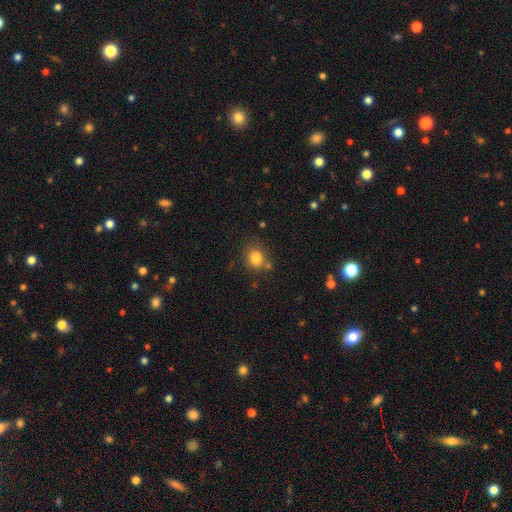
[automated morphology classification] Smooth or featured: smooth — 82% (star or artifact — 11%)
How rounded: round — 57% (in between — 42%)
Merging: none — 65% (minor disturbance — 17%)